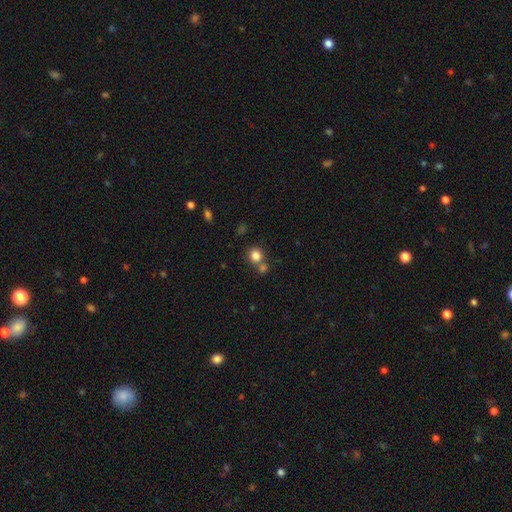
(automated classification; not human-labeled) Smooth or featured?
  - smooth: 82% *
  - star or artifact: 12%
  - featured or disk: 6%
How rounded?
  - round: 86% *
  - in between: 13%
  - cigar-shaped: 1%
Merging?
  - none: 61% *
  - merger: 28%
  - minor disturbance: 8%
  - major disturbance: 3%